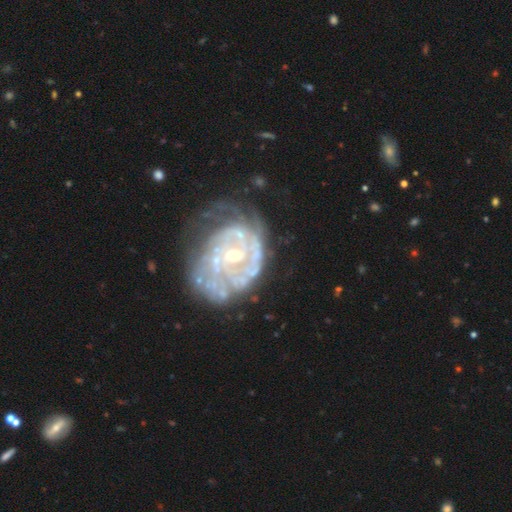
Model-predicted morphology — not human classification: Overall: featured or disk (87%). Edge-on disk: no (98%). Bar: no (58%; weak 32%). Spiral arms: yes (87%). Spiral arm count: can't tell (43%; 2 20%). Spiral winding: tight (65%; medium 26%). Bulge size: small (48%; moderate 47%). Merging: none (41%; major disturbance 28%).